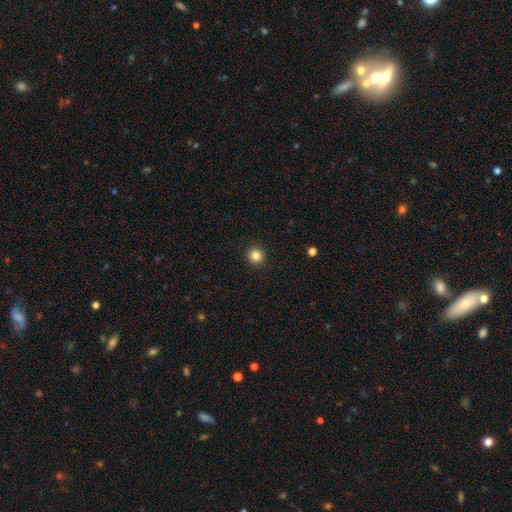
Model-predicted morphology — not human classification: smooth-or-featured: smooth: 84% | star or artifact: 11% | featured or disk: 4%
  how-rounded: round: 94% | in between: 5% | cigar-shaped: 1%
  merging: none: 93% | minor disturbance: 5% | major disturbance: 2% | merger: 1%